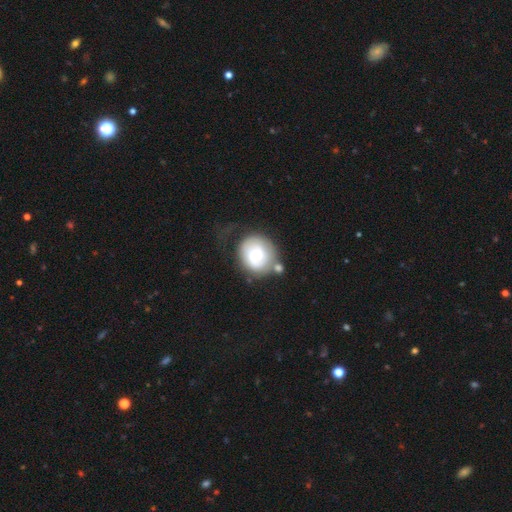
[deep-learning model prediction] Smooth or featured? smooth (54%)
How rounded? round (83%)
Merging? none (46%)